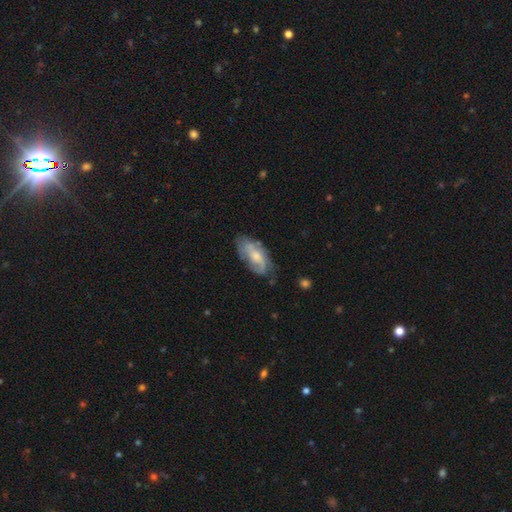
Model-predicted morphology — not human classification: A featured or disk galaxy (59%) with no bar (62%), spiral arms (79%) and a moderate central bulge (50%). Merging: none (58%).